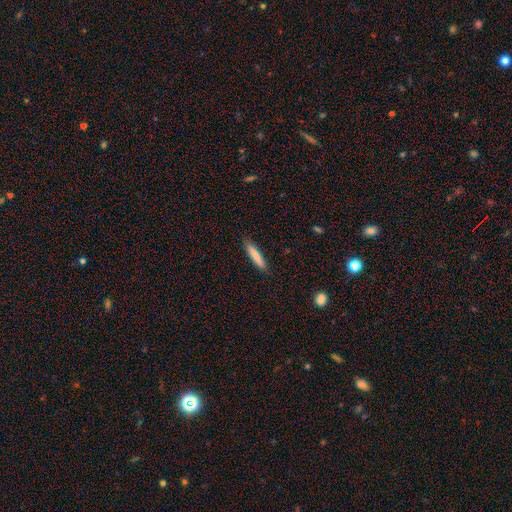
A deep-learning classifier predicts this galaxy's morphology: A smooth galaxy with no disk features (80%) that is cigar-shaped (90%). Merging: none (88%).